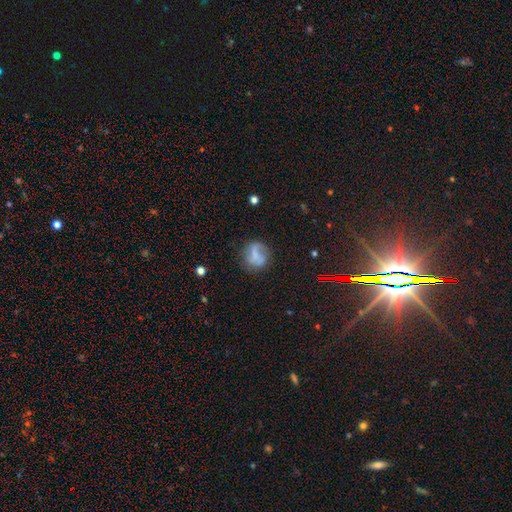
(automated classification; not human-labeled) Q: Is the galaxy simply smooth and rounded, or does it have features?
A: smooth — 51%.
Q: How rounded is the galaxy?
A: round — 79%.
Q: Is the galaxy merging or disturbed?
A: none — 60%.